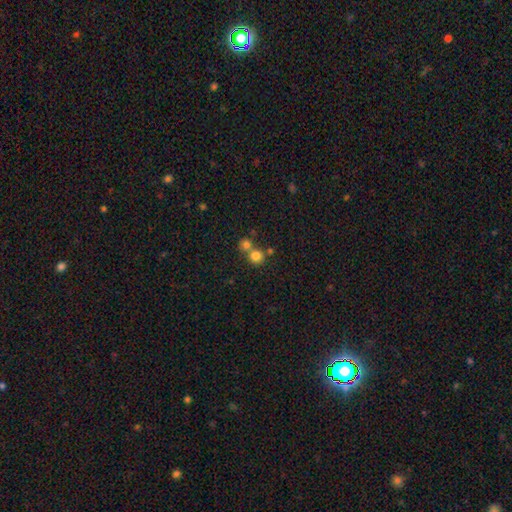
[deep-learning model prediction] This is likely a smooth galaxy (79%). How rounded: clearly round (90%). Merging: possibly none (52%).